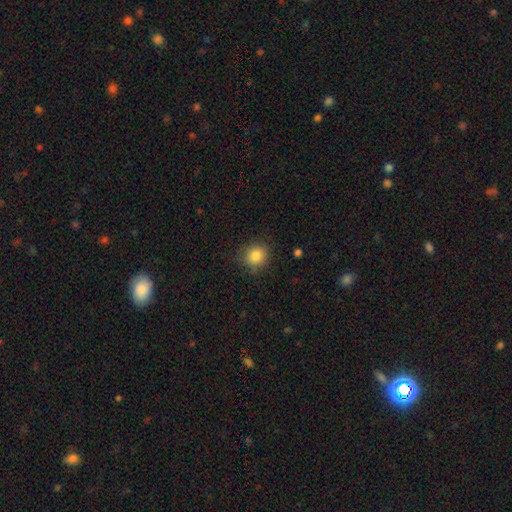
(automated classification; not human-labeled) smooth-or-featured: smooth: 85% | star or artifact: 10% | featured or disk: 5%
  how-rounded: round: 85% | in between: 14% | cigar-shaped: 1%
  merging: none: 83% | minor disturbance: 13% | major disturbance: 3% | merger: 1%